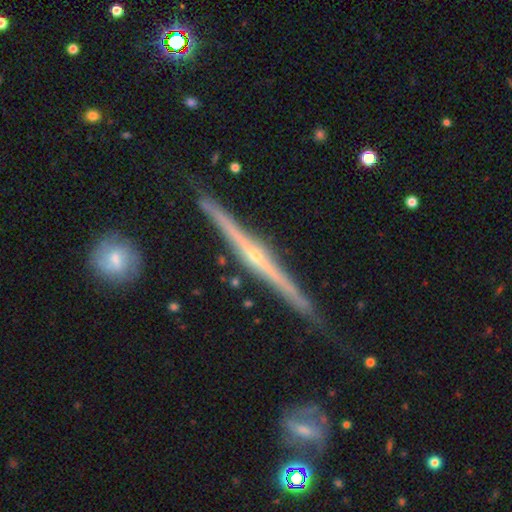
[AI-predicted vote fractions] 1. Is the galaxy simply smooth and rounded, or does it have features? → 86% featured or disk, 9% smooth, 6% star or artifact.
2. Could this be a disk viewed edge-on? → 98% yes, 2% no.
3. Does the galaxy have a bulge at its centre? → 67% rounded, 28% none, 5% boxy.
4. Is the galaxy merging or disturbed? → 86% none, 11% minor disturbance, 2% major disturbance, 2% merger.